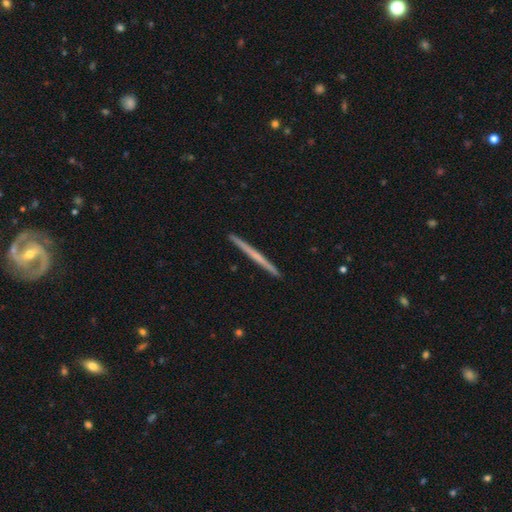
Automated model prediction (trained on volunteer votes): Q: Smooth or featured?
A: featured or disk (54%); runner-up: smooth (41%)
Q: Edge-on disk?
A: yes (98%); runner-up: no (2%)
Q: Edge-on bulge?
A: none (85%); runner-up: rounded (12%)
Q: Merging?
A: none (94%); runner-up: minor disturbance (4%)